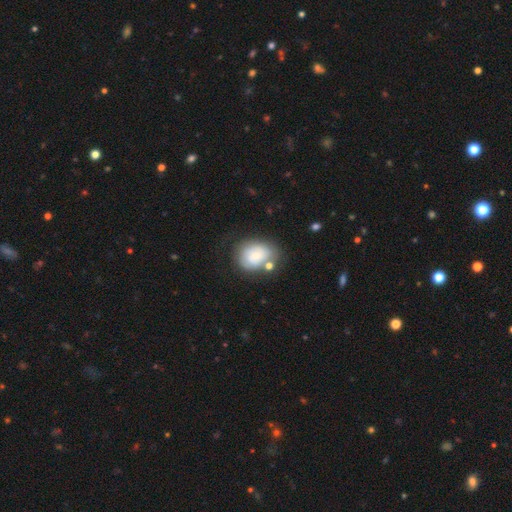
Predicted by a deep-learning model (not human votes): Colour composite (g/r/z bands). It shows a smooth galaxy with no disk features (62%) that is in between round and cigar-shaped (55%). Merging: none (53%).